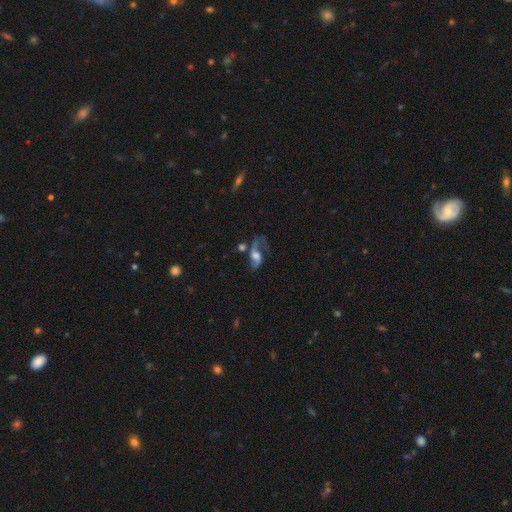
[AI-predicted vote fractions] The model was most divided on "merging": none: 35%, major disturbance: 32%, merger: 17%, minor disturbance: 16%. Remaining: edge-on disk — no (94%); spiral arms — yes (87%); spiral arm count — 2 (80%); spiral winding — loose (74%); smooth or featured — featured or disk (74%); bar — no (53%); bulge size — moderate (43%).